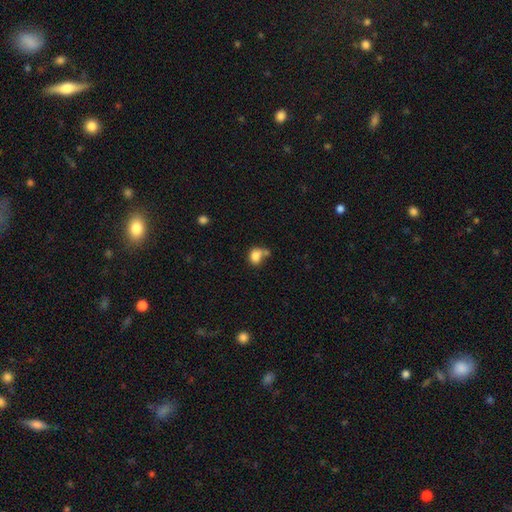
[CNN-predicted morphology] This appears to be a smooth galaxy with no disk features (83%) that is round (51%). Merging: none (44%).